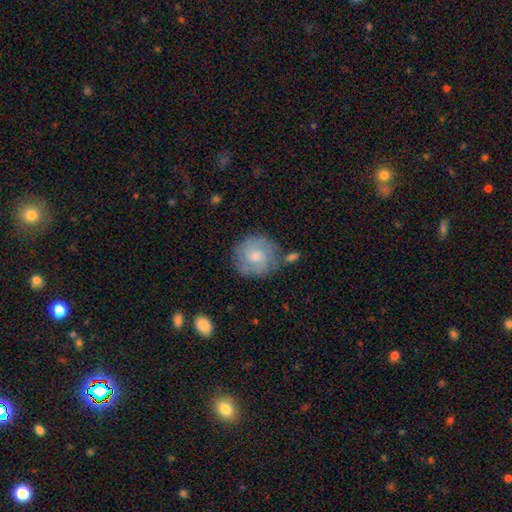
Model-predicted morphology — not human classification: Smooth or featured? featured or disk (50%)
Edge-on disk? no (97%)
Merging? none (70%)